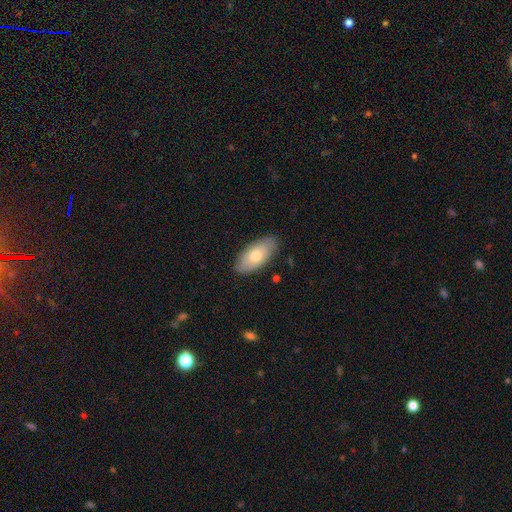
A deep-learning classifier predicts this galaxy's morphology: Smooth or featured: smooth — 69% (featured or disk — 25%)
How rounded: in between — 92% (cigar-shaped — 5%)
Merging: none — 83% (minor disturbance — 14%)